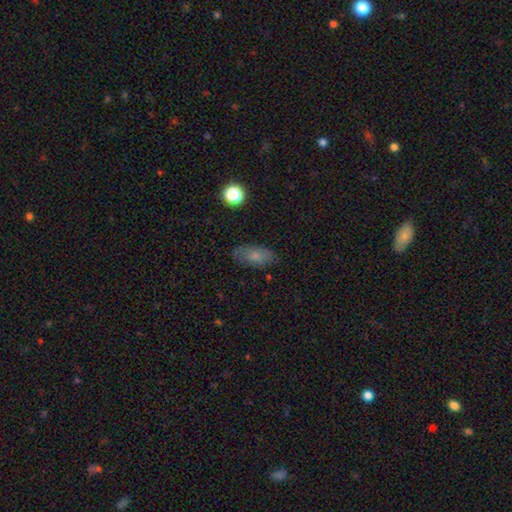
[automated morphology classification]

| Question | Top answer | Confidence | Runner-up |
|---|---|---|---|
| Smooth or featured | smooth | 71% | featured or disk (19%) |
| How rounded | in between | 87% | cigar-shaped (7%) |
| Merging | none | 78% | minor disturbance (16%) |